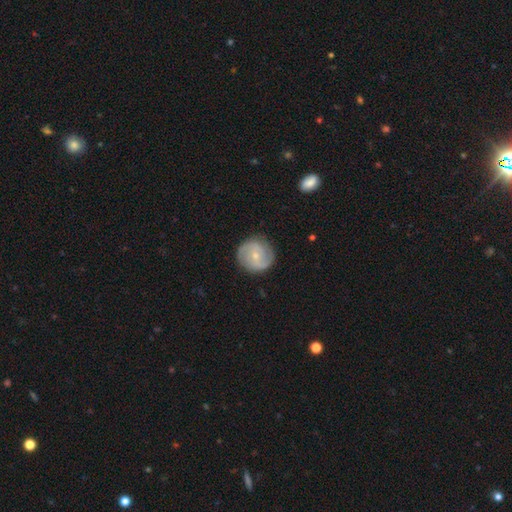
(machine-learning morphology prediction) Q: Smooth or featured?
A: featured or disk (69%); runner-up: smooth (24%)
Q: Edge-on disk?
A: no (98%); runner-up: yes (2%)
Q: Bar?
A: no (54%); runner-up: weak (37%)
Q: Spiral arms?
A: yes (89%); runner-up: no (11%)
Q: Spiral winding?
A: medium (45%); runner-up: tight (34%)
Q: Spiral arm count?
A: 2 (74%); runner-up: can't tell (12%)
Q: Bulge size?
A: small (70%); runner-up: moderate (27%)
Q: Merging?
A: none (84%); runner-up: minor disturbance (11%)